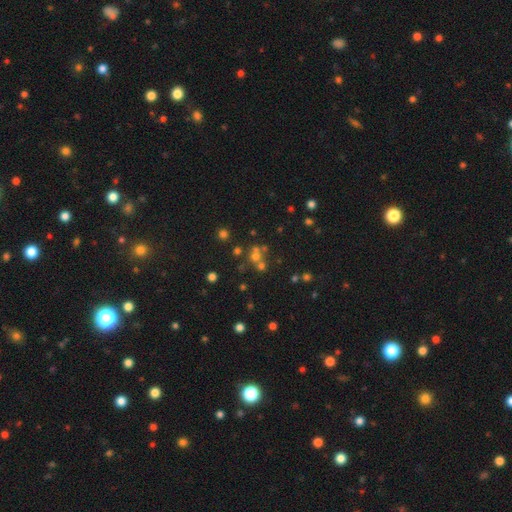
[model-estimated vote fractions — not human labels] The model was most divided on "smooth or featured": smooth: 49%, star or artifact: 33%, featured or disk: 18%. More confident: merging — none (54%).